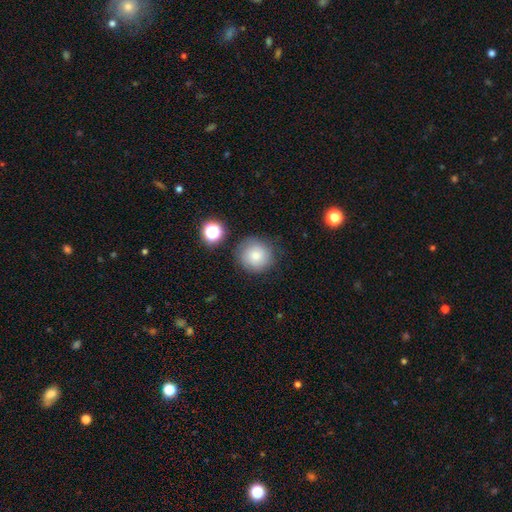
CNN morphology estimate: This is likely a smooth galaxy (79%). How rounded: clearly round (93%). Merging: likely none (80%).